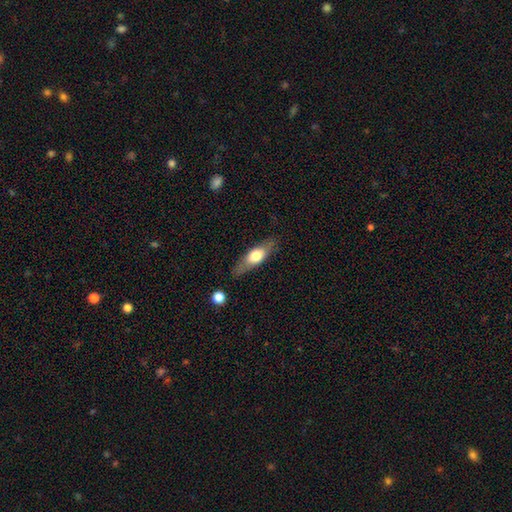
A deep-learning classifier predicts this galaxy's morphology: Smooth or featured?
  - smooth: 54% *
  - featured or disk: 39%
  - star or artifact: 6%
How rounded?
  - in between: 51% *
  - cigar-shaped: 45%
  - round: 4%
Merging?
  - none: 80% *
  - minor disturbance: 14%
  - major disturbance: 4%
  - merger: 2%